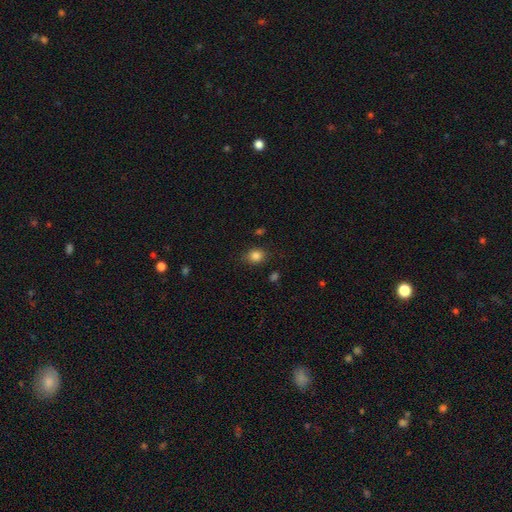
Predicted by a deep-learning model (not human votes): smooth 84%, star or artifact 11%, featured or disk 5%. Down the decision tree: how rounded — round (63%); merging — none (80%).